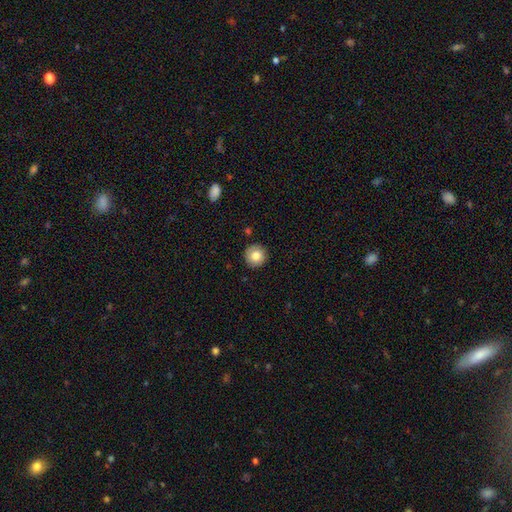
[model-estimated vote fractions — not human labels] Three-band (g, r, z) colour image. It shows a smooth galaxy with no disk features (81%) that is round (95%). Merging: none (90%).